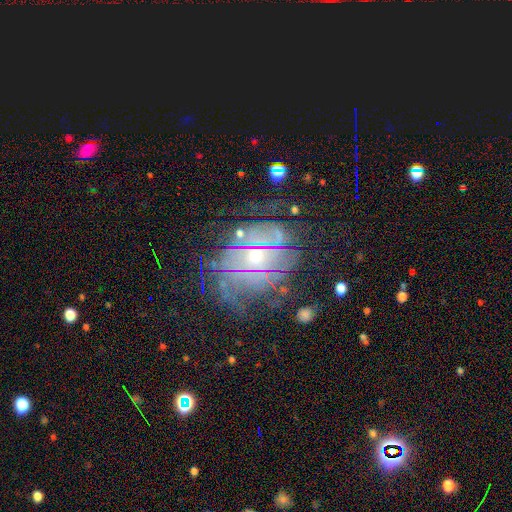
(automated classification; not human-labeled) smooth_or_featured: featured or disk (p=0.69) [alt: star or artifact p=0.17]
disk_edge_on: no (p=0.95) [alt: yes p=0.05]
bar: no (p=0.67) [alt: weak p=0.24]
has_spiral_arms: yes (p=0.62) [alt: no p=0.38]
bulge_size: small (p=0.46) [alt: moderate p=0.43]
merging: none (p=0.58) [alt: minor disturbance p=0.19]